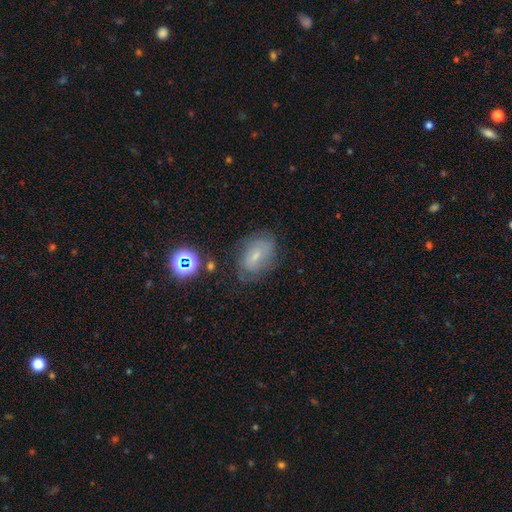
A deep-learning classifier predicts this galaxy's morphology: A featured or disk galaxy (44%). Merging: none (67%).